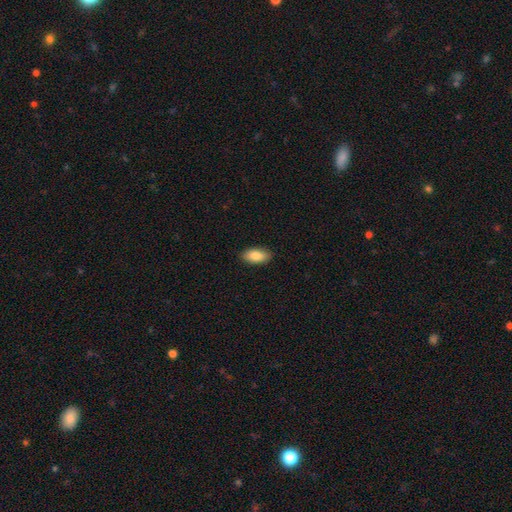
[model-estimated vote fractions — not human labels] Smooth or featured?
  - smooth: 87% *
  - featured or disk: 7%
  - star or artifact: 6%
How rounded?
  - in between: 92% *
  - cigar-shaped: 6%
  - round: 2%
Merging?
  - none: 89% *
  - minor disturbance: 8%
  - major disturbance: 2%
  - merger: 1%